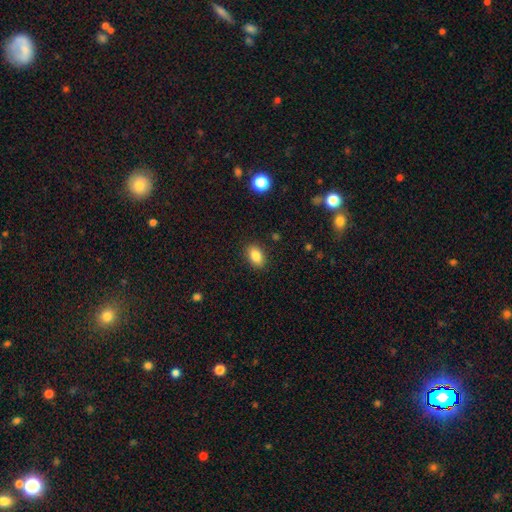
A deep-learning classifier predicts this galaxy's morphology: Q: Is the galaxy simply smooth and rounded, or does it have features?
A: smooth — 85%.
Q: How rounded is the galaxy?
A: in between — 86%.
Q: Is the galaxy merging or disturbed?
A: none — 88%.